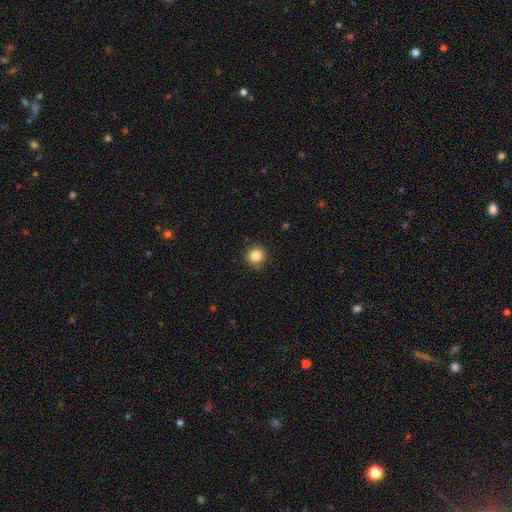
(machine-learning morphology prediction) This is clearly a smooth galaxy (85%). How rounded: clearly round (94%). Merging: clearly none (89%).